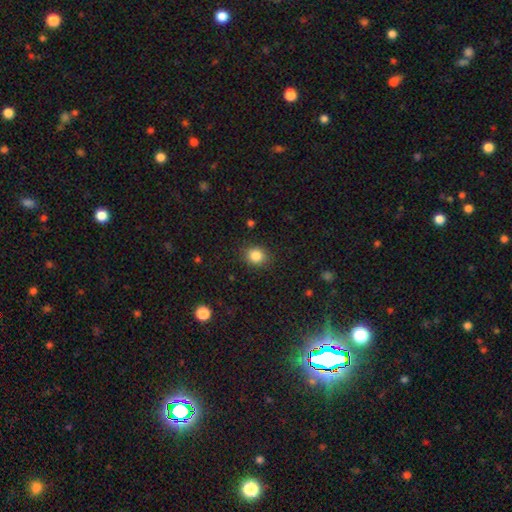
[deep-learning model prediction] A smooth galaxy with no disk features (85%) that is round (69%).

Vote fractions:
- Smooth or featured? smooth: 85% / star or artifact: 10% / featured or disk: 5%
- How rounded? round: 69% / in between: 30% / cigar-shaped: 1%
- Merging? none: 88% / minor disturbance: 9% / major disturbance: 3% / merger: 1%